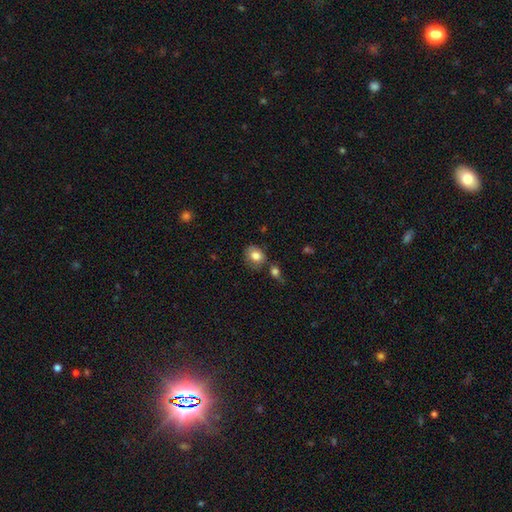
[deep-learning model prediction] smooth-or-featured: smooth: 81% | featured or disk: 11% | star or artifact: 9%
  how-rounded: round: 55% | in between: 44% | cigar-shaped: 1%
  merging: none: 65% | minor disturbance: 18% | merger: 12% | major disturbance: 5%